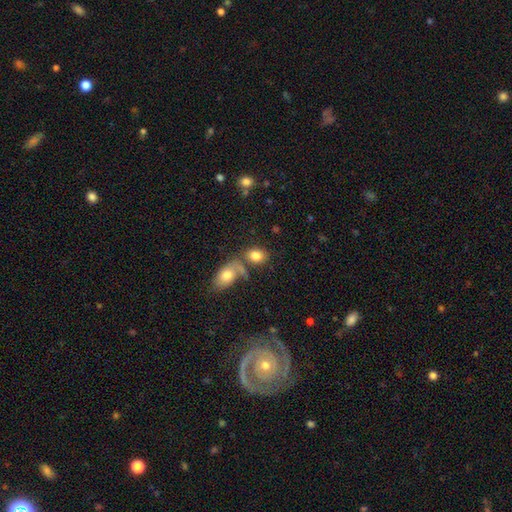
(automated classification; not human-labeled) This appears to be a smooth galaxy with no disk features (80%) that is in between round and cigar-shaped (75%). Merging: none (51%).